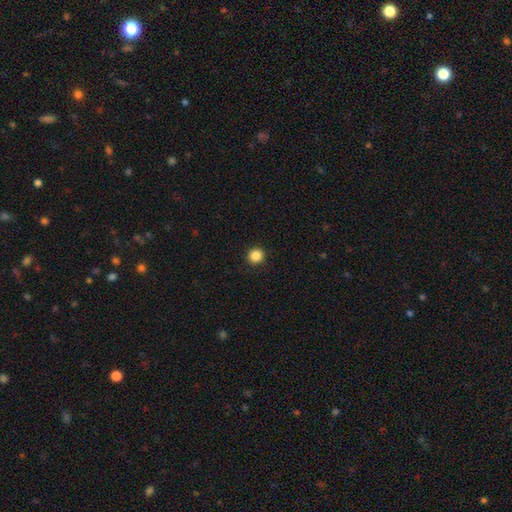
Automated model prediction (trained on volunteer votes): Smooth or featured? smooth (87%)
How rounded? round (93%)
Merging? none (93%)